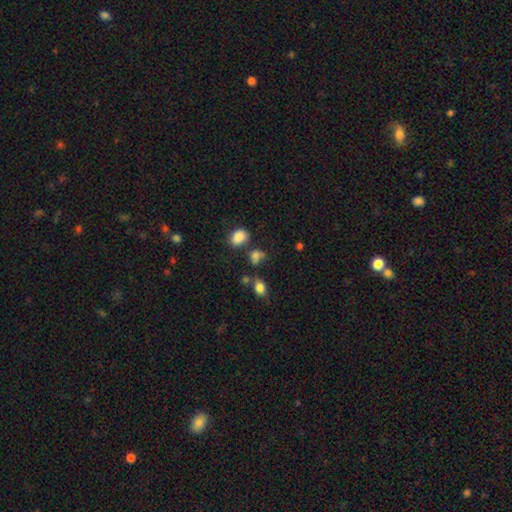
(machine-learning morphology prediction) This is likely a smooth galaxy (76%). How rounded: possibly in between (53%). Merging: possibly none (51%).